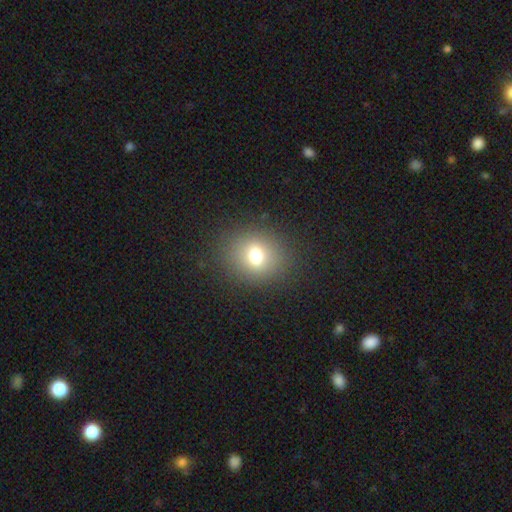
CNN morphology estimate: Smooth or featured? Predicted: smooth (p=0.74). How rounded? Predicted: round (p=0.69). Merging? Predicted: none (p=0.90).